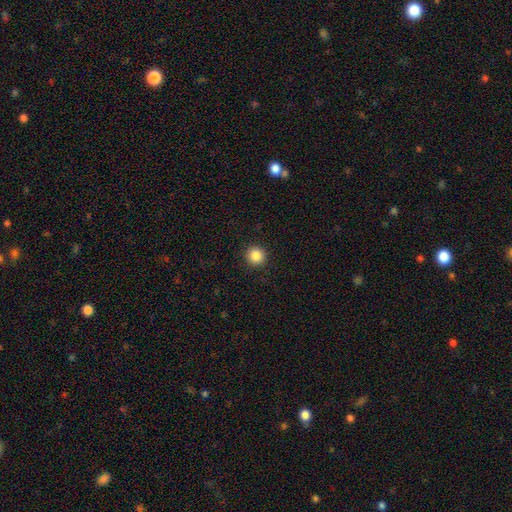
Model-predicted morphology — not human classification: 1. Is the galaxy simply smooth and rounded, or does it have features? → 86% smooth, 10% star or artifact, 4% featured or disk.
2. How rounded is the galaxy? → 94% round, 5% in between, 1% cigar-shaped.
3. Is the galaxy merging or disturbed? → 93% none, 5% minor disturbance, 2% major disturbance, 1% merger.